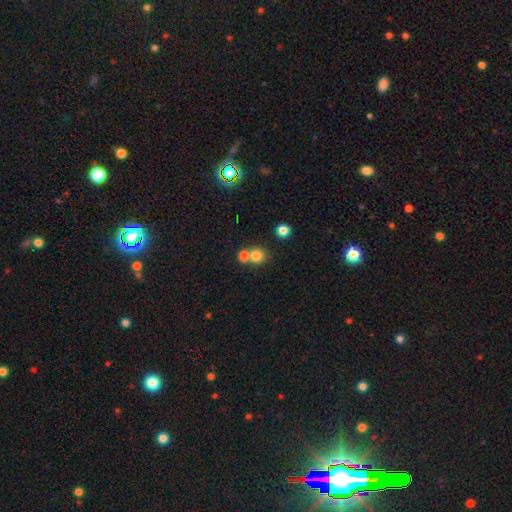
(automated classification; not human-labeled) smooth_or_featured: smooth (p=0.78) [alt: star or artifact p=0.12]
how_rounded: round (p=0.80) [alt: in between p=0.19]
merging: merger (p=0.47) [alt: none p=0.43]